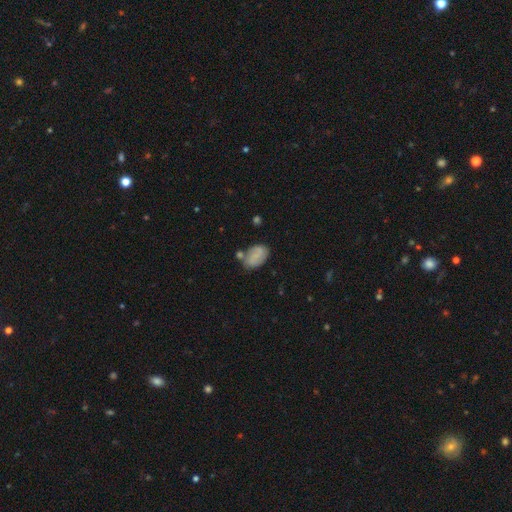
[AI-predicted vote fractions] Smooth or featured: smooth — 69% (featured or disk — 22%)
How rounded: in between — 86% (round — 12%)
Merging: none — 56% (minor disturbance — 22%)